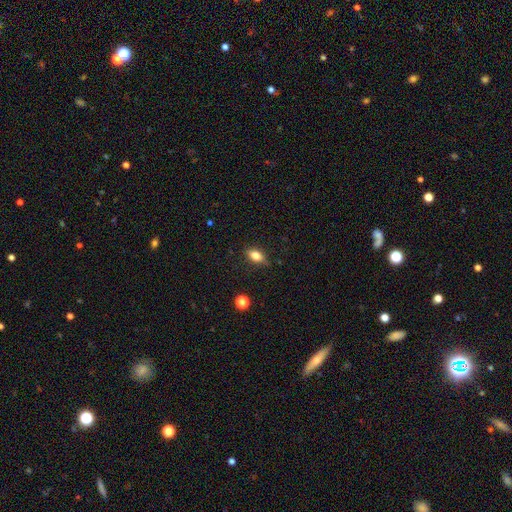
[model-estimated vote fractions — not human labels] Overall: smooth (80%). How rounded: in between (84%). Merging: none (80%).